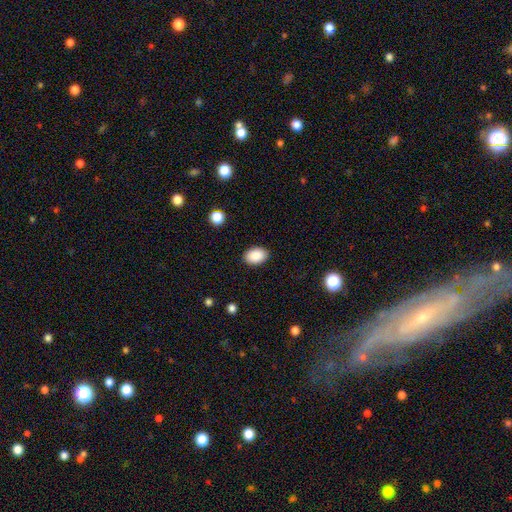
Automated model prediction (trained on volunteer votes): This appears to be a smooth galaxy with no disk features (89%) that is in between round and cigar-shaped (87%). Merging: none (89%).